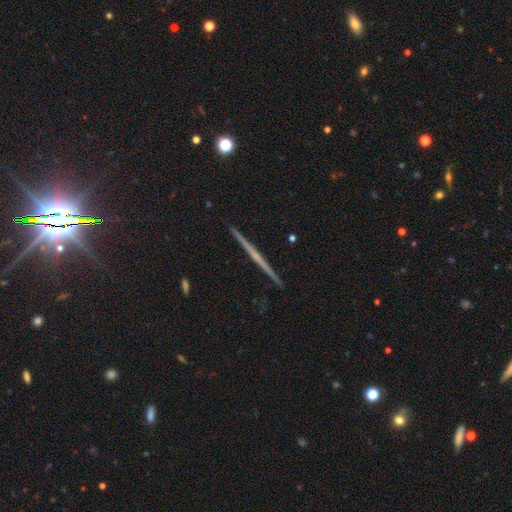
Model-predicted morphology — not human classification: This appears to be a featured or disk galaxy (72%) viewed edge-on (98%) with no central bulge (69%). Merging: none (94%).